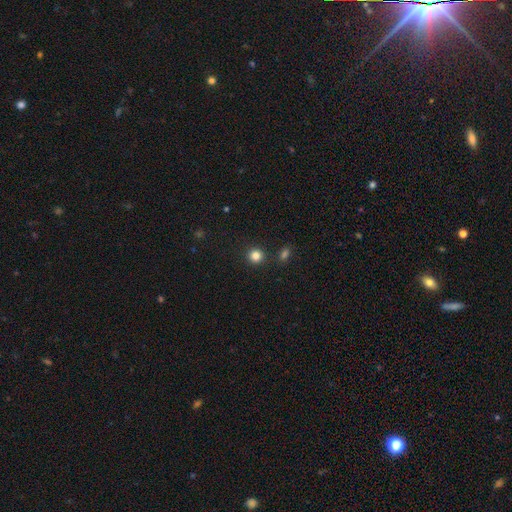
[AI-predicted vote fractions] This appears to be a smooth galaxy with no disk features (83%) that is round (92%). Merging: none (88%).